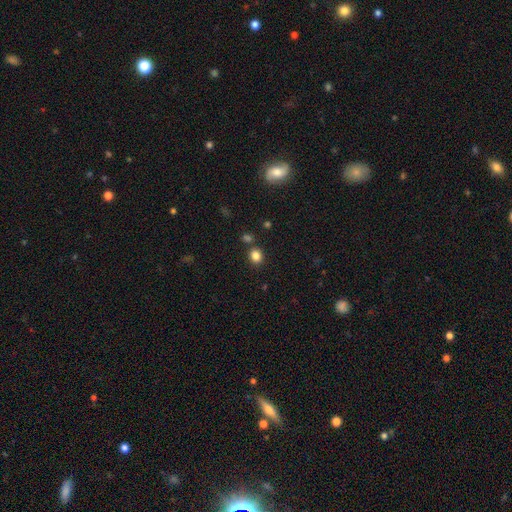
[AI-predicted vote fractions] Smooth or featured: smooth — 83% (star or artifact — 13%)
How rounded: round — 70% (in between — 29%)
Merging: none — 82% (minor disturbance — 8%)